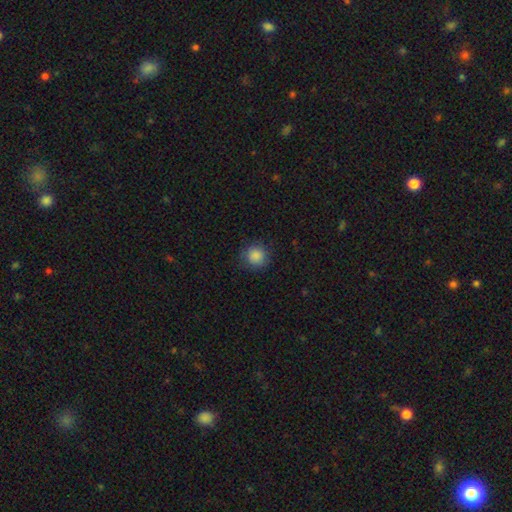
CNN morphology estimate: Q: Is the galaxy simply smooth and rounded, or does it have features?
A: smooth — 87%.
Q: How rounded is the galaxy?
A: round — 93%.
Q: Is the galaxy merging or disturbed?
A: none — 85%.